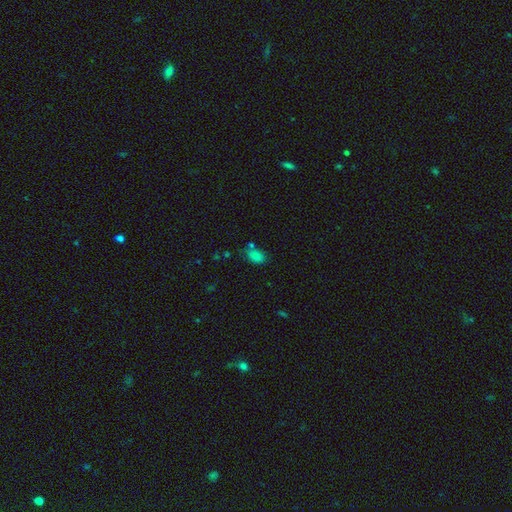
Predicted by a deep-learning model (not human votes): smooth 81%, star or artifact 13%, featured or disk 6%. Down the decision tree: how rounded — in between (84%); merging — none (62%).